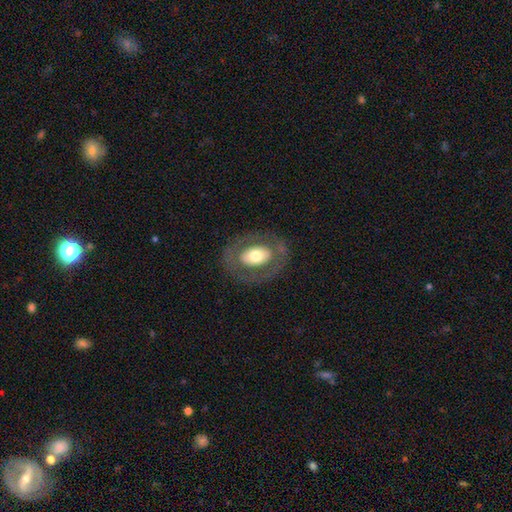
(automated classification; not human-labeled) A smooth galaxy with no disk features (50%).

Vote fractions:
- Smooth or featured? smooth: 50% / featured or disk: 44% / star or artifact: 6%
- Merging? none: 78% / minor disturbance: 12% / major disturbance: 9% / merger: 1%